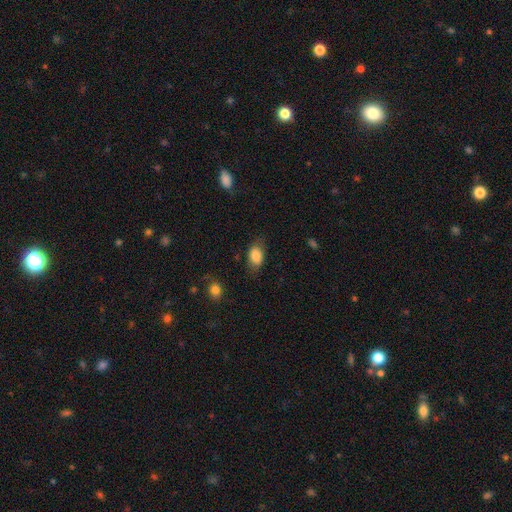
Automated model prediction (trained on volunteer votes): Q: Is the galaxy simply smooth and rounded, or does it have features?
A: smooth — 84%.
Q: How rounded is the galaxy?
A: in between — 88%.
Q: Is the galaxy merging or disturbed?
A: none — 71%.